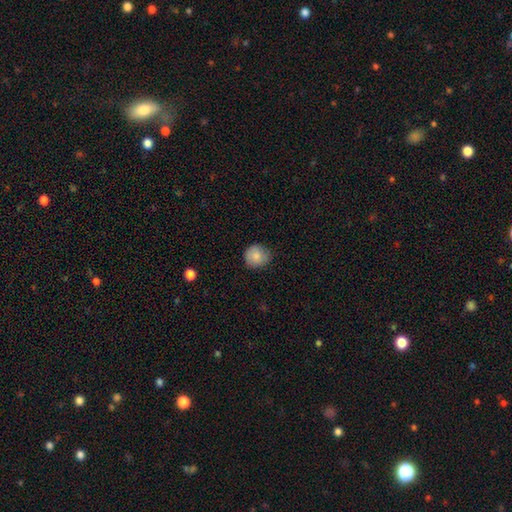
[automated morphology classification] Smooth or featured?
  - smooth: 84% *
  - featured or disk: 8%
  - star or artifact: 8%
How rounded?
  - round: 89% *
  - in between: 10%
  - cigar-shaped: 1%
Merging?
  - none: 79% *
  - minor disturbance: 17%
  - major disturbance: 3%
  - merger: 1%